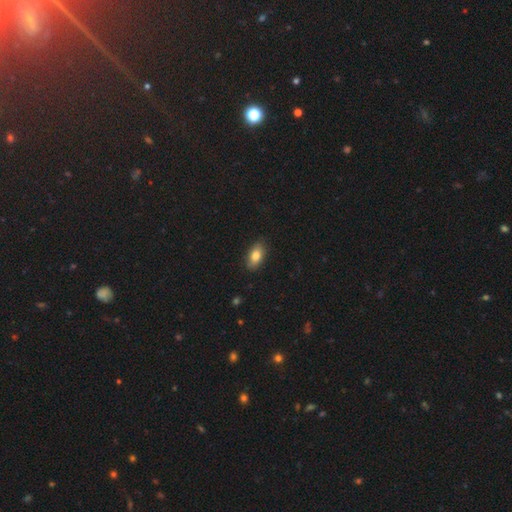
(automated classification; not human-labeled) This is clearly a smooth galaxy (81%). How rounded: clearly in between (89%). Merging: clearly none (85%).